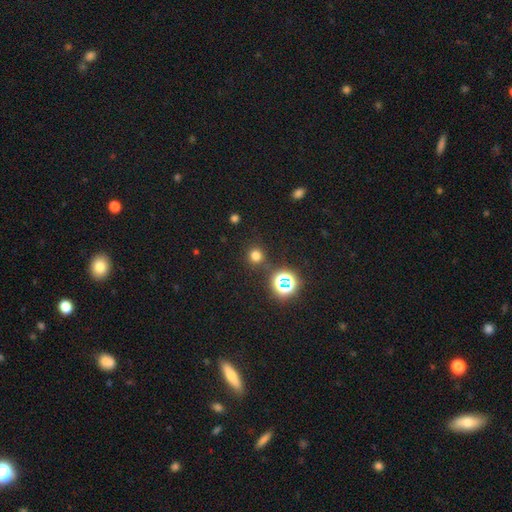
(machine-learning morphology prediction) smooth 69%, star or artifact 25%, featured or disk 6%. Down the decision tree: how rounded — round (92%); merging — none (86%).